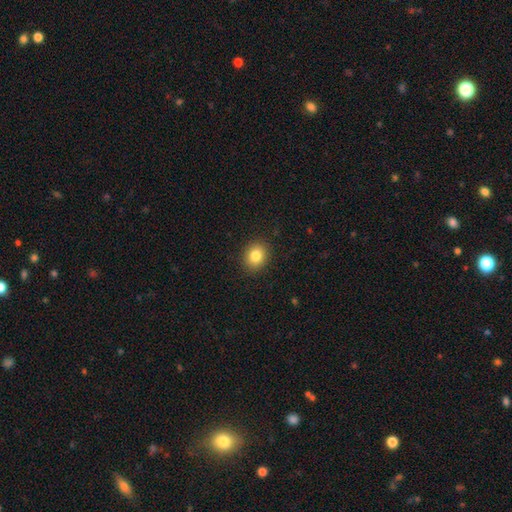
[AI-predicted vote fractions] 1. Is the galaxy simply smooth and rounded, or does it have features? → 83% smooth, 10% star or artifact, 7% featured or disk.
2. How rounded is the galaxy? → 64% round, 35% in between, 1% cigar-shaped.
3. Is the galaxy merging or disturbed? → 90% none, 7% minor disturbance, 2% major disturbance, 1% merger.